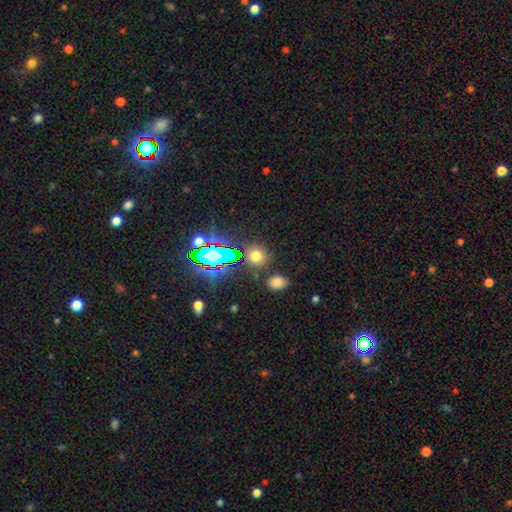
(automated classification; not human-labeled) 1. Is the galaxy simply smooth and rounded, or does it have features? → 63% smooth, 29% star or artifact, 8% featured or disk.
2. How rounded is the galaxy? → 80% round, 18% in between, 2% cigar-shaped.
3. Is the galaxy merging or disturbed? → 80% none, 9% minor disturbance, 6% merger, 4% major disturbance.